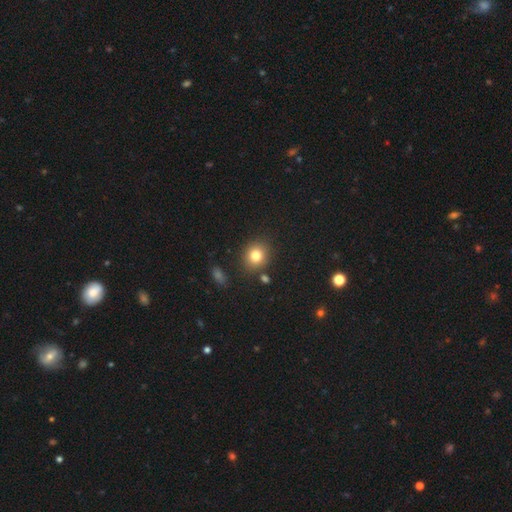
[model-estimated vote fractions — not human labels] Smooth or featured: smooth — 81% (star or artifact — 12%)
How rounded: round — 78% (in between — 21%)
Merging: none — 82% (minor disturbance — 10%)